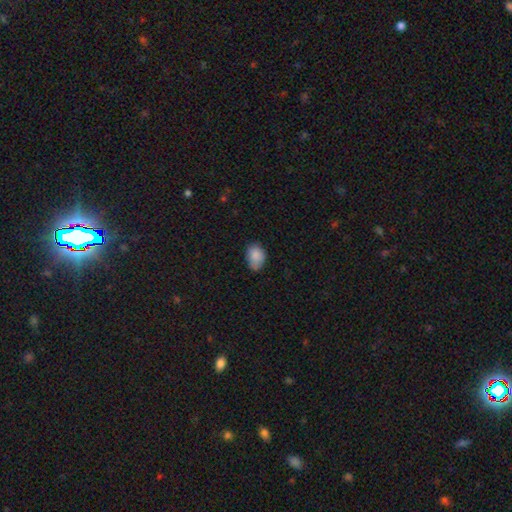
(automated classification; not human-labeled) A smooth galaxy with no disk features (87%) that is in between round and cigar-shaped (78%). Merging: none (68%).